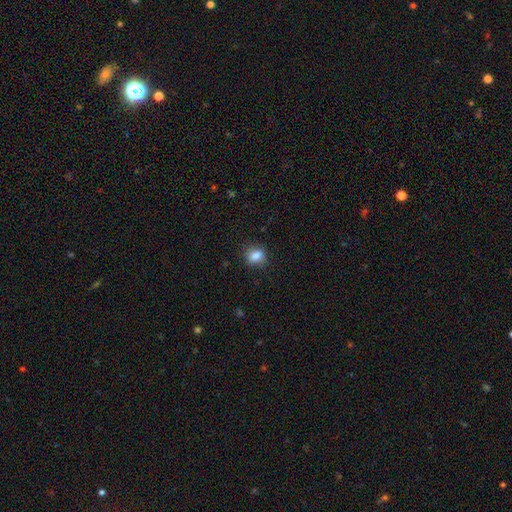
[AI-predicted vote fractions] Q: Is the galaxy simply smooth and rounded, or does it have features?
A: smooth — 84%.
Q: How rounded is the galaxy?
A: in between — 53%.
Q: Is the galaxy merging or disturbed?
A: none — 81%.